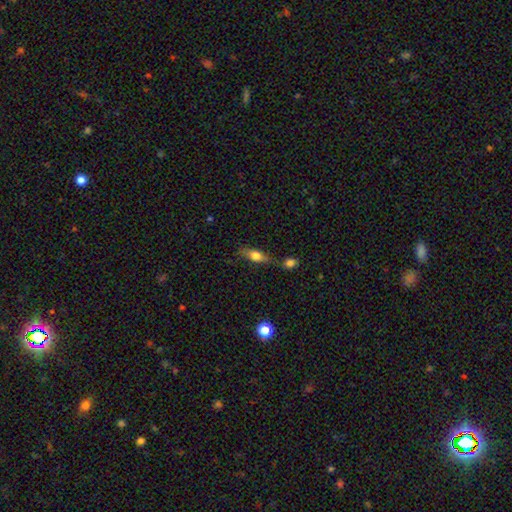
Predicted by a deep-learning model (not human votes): Q: Smooth or featured?
A: smooth (65%); runner-up: featured or disk (26%)
Q: How rounded?
A: in between (64%); runner-up: cigar-shaped (30%)
Q: Merging?
A: none (54%); runner-up: merger (23%)